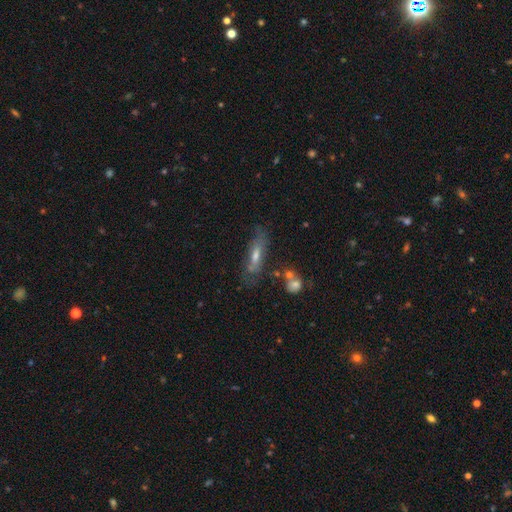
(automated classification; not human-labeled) This appears to be a featured or disk galaxy (51%) viewed edge-on (52%). Merging: none (63%).